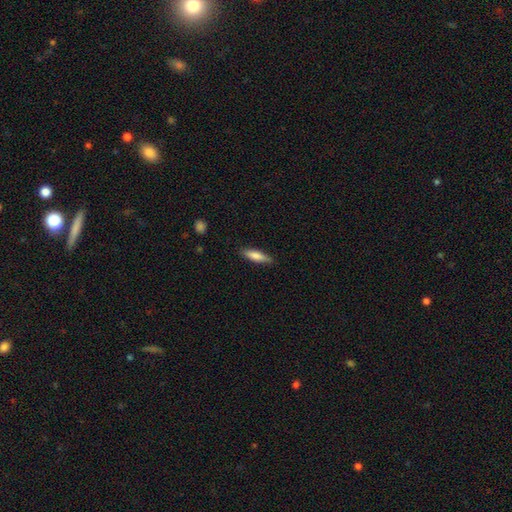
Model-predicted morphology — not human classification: type=smooth (76%); roundness=cigar-shaped (67%); merging=none (86%).